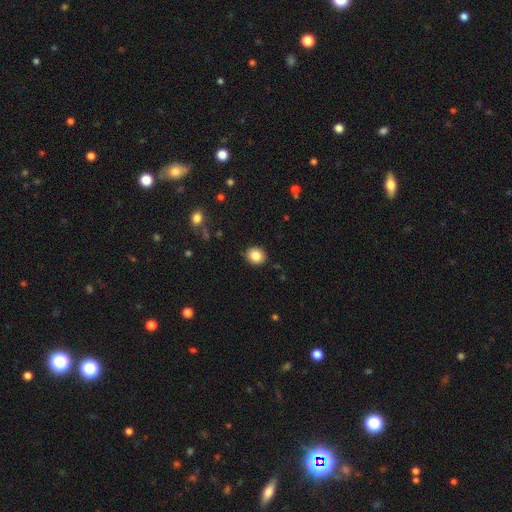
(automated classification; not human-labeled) Morphology: type=smooth (85%); roundness=round (78%); merging=none (89%).